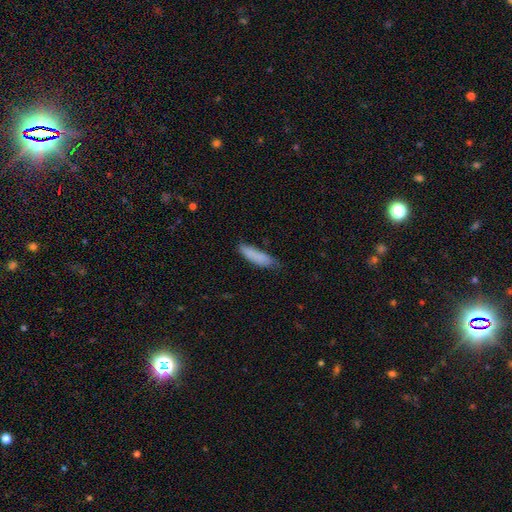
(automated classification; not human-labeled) This appears to be a smooth galaxy with no disk features (84%) that is cigar-shaped (66%). Merging: none (68%).